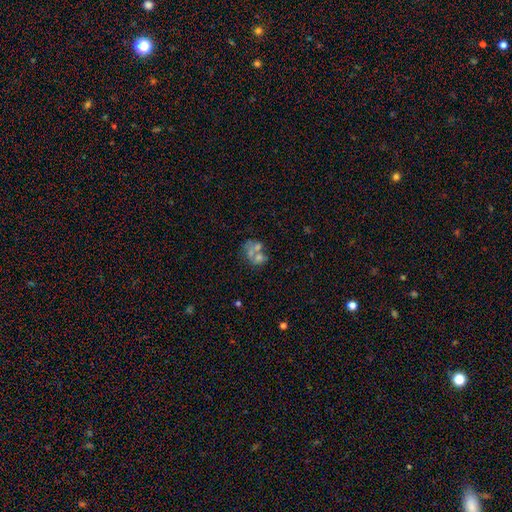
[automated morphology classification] Q: Smooth or featured?
A: smooth (44%); runner-up: featured or disk (40%)
Q: Merging?
A: merger (54%); runner-up: none (23%)